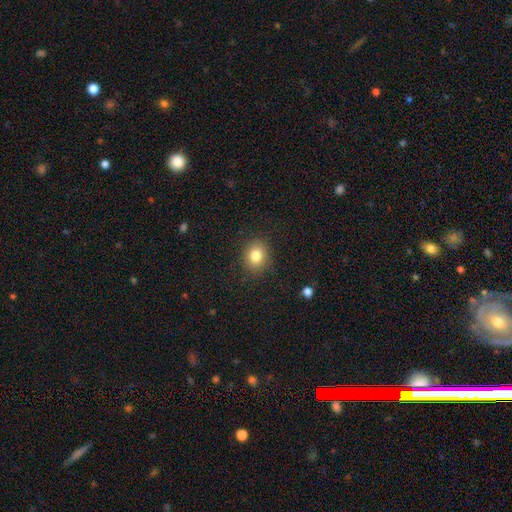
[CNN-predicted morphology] Smooth or featured? Predicted: smooth (p=0.82). How rounded? Predicted: round (p=0.69). Merging? Predicted: none (p=0.87).